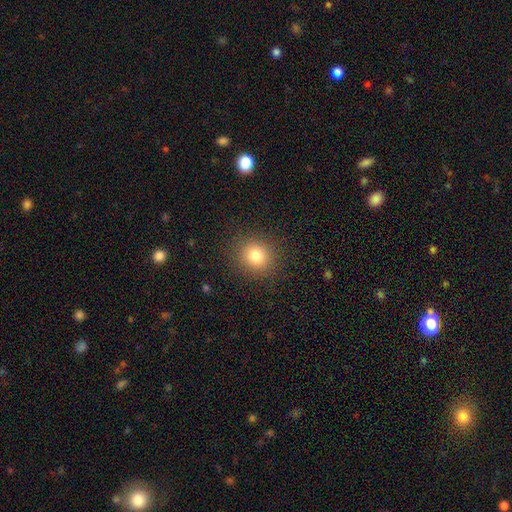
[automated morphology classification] A smooth galaxy with no disk features (81%) that is round (87%).

Vote fractions:
- Smooth or featured? smooth: 81% / star or artifact: 12% / featured or disk: 7%
- How rounded? round: 87% / in between: 12% / cigar-shaped: 1%
- Merging? none: 89% / minor disturbance: 7% / major disturbance: 3% / merger: 1%